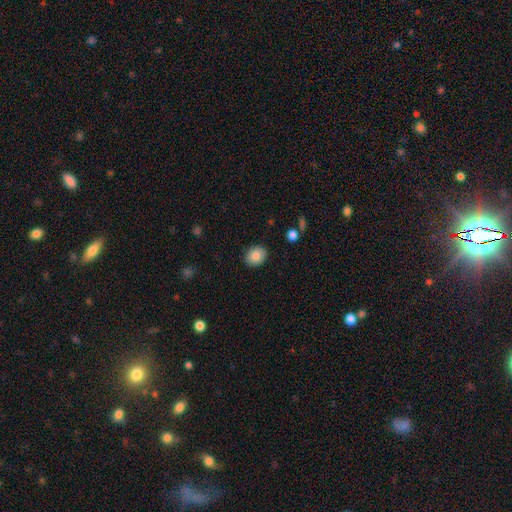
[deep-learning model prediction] This appears to be a smooth galaxy with no disk features (83%) that is round (57%). Merging: none (88%).